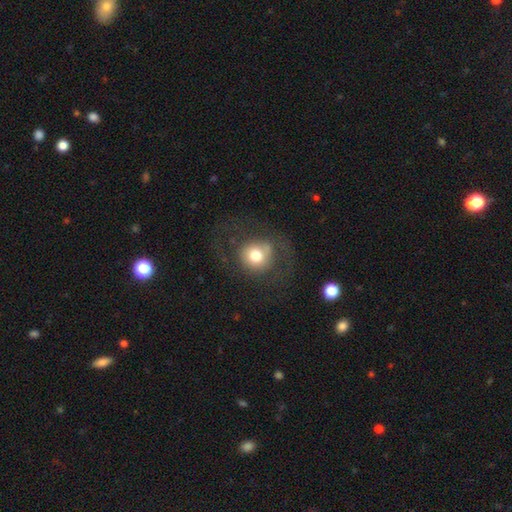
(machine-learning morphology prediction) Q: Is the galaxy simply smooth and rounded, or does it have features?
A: smooth — 65%.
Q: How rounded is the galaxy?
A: round — 84%.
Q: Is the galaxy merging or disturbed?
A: none — 59%.